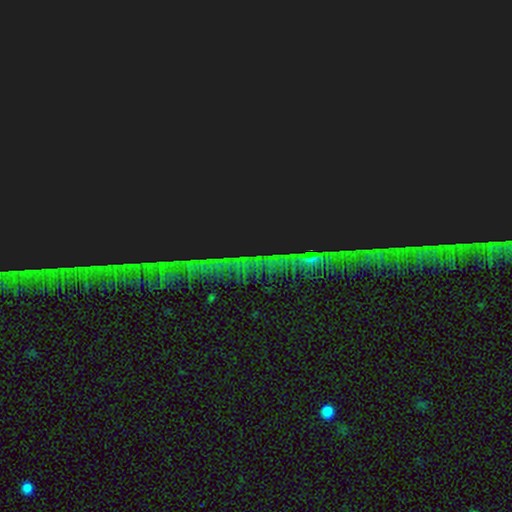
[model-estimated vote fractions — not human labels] smooth-or-featured: star or artifact: 84% | featured or disk: 8% | smooth: 8%